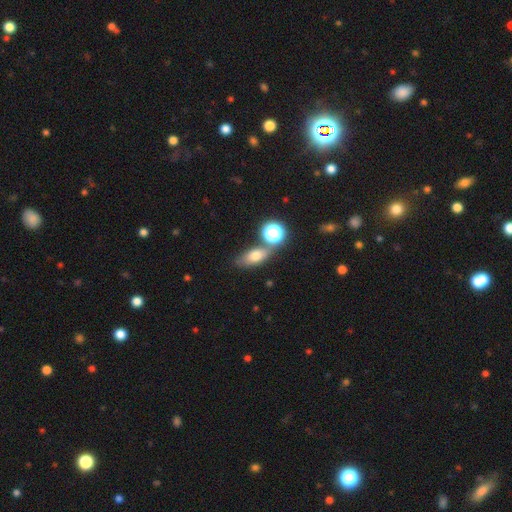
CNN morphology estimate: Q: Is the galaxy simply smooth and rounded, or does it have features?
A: smooth — 69%.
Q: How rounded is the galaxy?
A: in between — 74%.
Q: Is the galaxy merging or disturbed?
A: none — 62%.